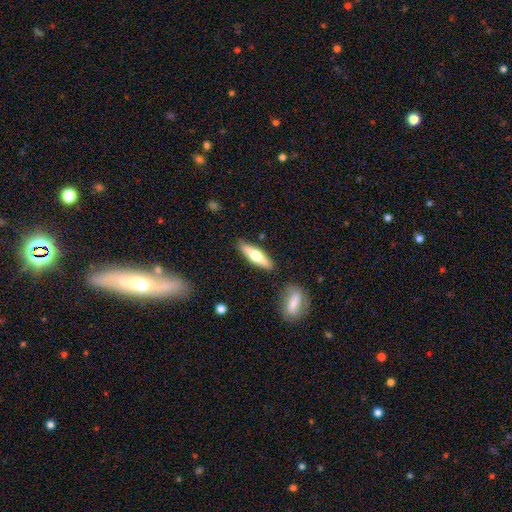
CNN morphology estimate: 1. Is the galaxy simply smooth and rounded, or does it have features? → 50% smooth, 45% featured or disk, 6% star or artifact.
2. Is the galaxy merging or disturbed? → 85% none, 9% minor disturbance, 4% merger, 2% major disturbance.